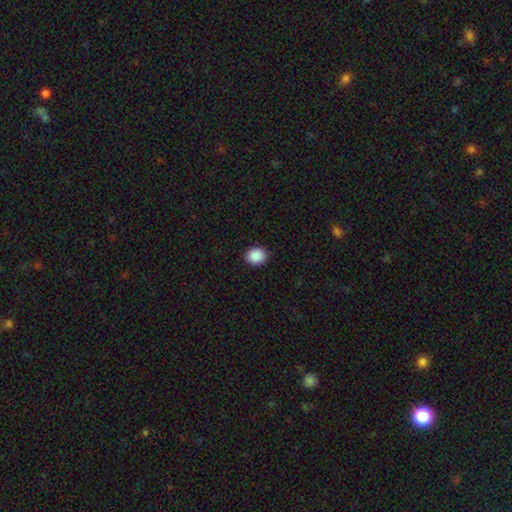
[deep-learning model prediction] smooth 89%, star or artifact 8%, featured or disk 3%. Down the decision tree: how rounded — round (66%); merging — none (91%).